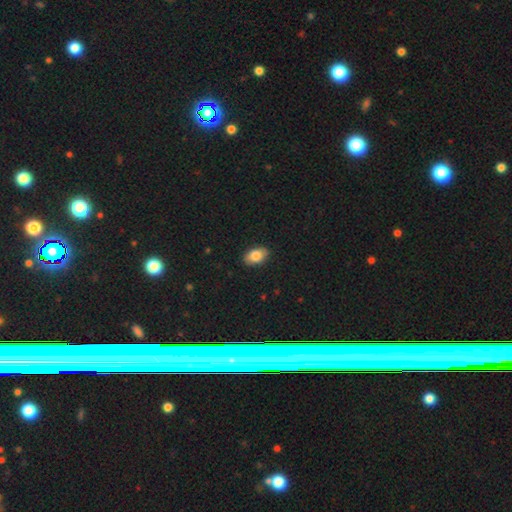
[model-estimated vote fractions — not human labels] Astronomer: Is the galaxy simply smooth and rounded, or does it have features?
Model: smooth — 82%.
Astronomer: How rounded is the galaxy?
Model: in between — 90%.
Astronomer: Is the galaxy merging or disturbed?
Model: none — 88%.